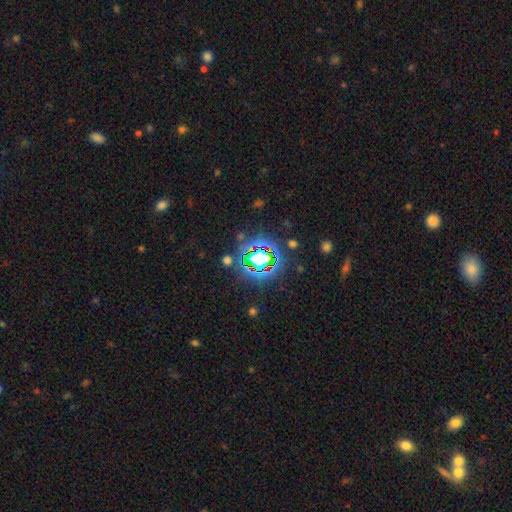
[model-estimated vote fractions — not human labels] A star or artifact, not a galaxy (76%).

Vote fractions:
- Smooth or featured? star or artifact: 76% / smooth: 14% / featured or disk: 10%